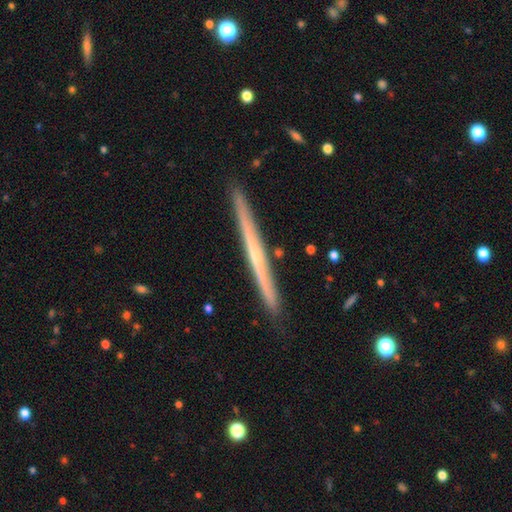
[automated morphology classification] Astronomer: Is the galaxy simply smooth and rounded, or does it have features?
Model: featured or disk — 62%.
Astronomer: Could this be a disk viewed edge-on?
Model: yes — 98%.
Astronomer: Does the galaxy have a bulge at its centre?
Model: none — 81%.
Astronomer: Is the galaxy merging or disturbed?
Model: none — 91%.